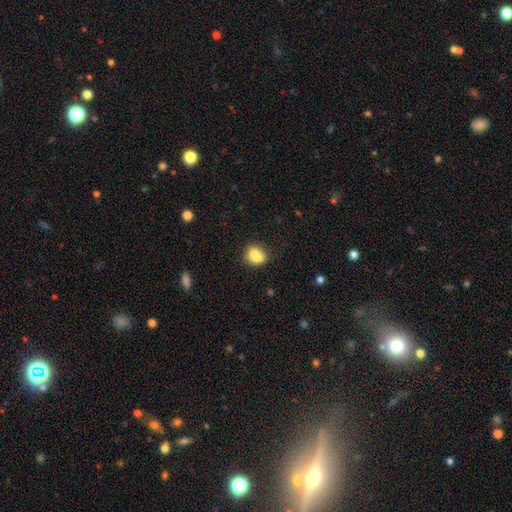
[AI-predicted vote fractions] Smooth or featured?
  - smooth: 83% *
  - star or artifact: 9%
  - featured or disk: 8%
How rounded?
  - in between: 60% *
  - round: 38%
  - cigar-shaped: 2%
Merging?
  - none: 63% *
  - minor disturbance: 20%
  - merger: 11%
  - major disturbance: 5%